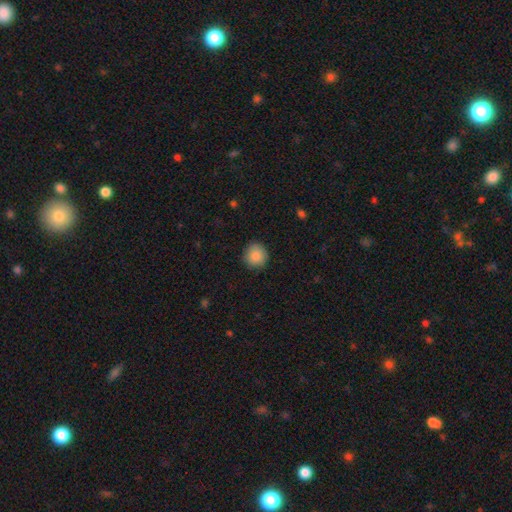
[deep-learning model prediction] This is clearly a smooth galaxy (87%). How rounded: clearly round (90%). Merging: clearly none (88%).